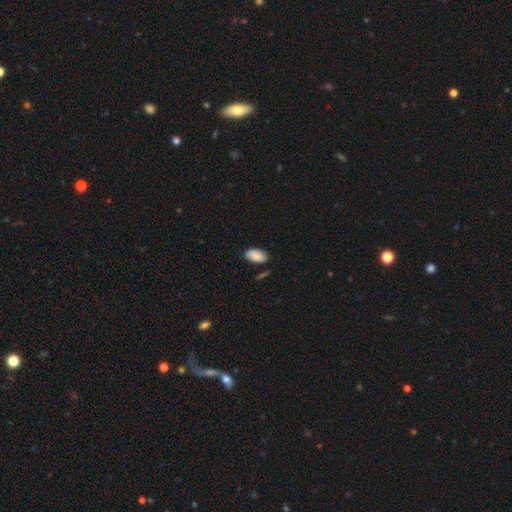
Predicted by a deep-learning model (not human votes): Overall: smooth (87%). How rounded: in between (95%). Merging: none (79%).